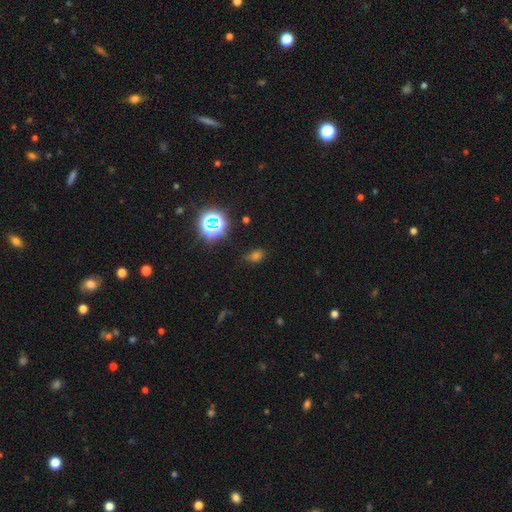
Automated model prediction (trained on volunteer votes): A smooth galaxy with no disk features (48%). Merging: none (71%).